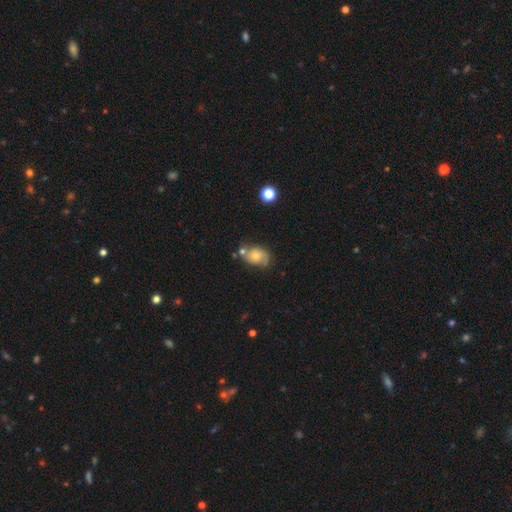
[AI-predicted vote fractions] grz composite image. It shows a smooth galaxy with no disk features (50%) that is in between round and cigar-shaped (72%). Merging: none (51%).